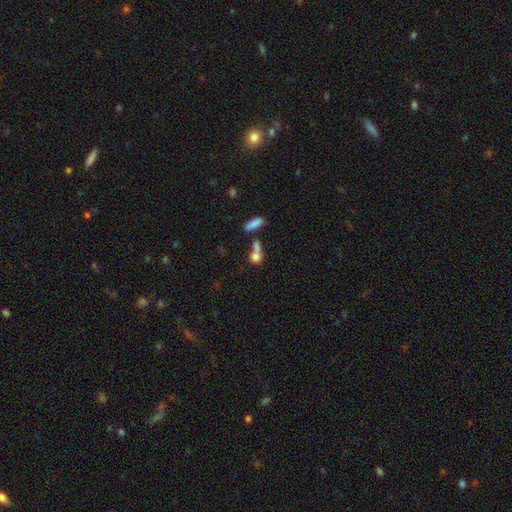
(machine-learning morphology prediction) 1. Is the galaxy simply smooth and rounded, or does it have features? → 75% smooth, 14% featured or disk, 11% star or artifact.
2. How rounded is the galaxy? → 49% in between, 39% round, 12% cigar-shaped.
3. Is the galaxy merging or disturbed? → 48% merger, 31% none, 11% minor disturbance, 10% major disturbance.